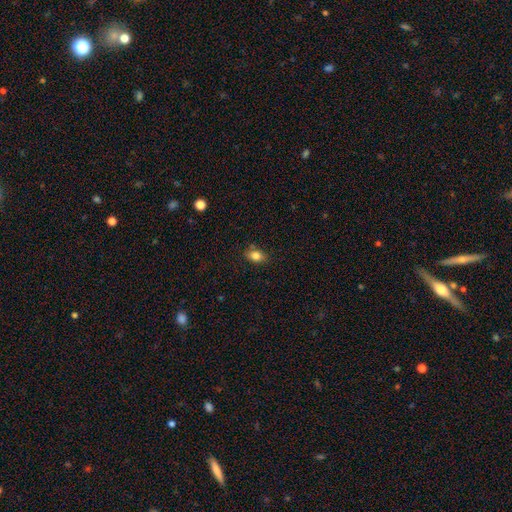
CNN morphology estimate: Smooth or featured?
  - smooth: 83% *
  - star or artifact: 10%
  - featured or disk: 8%
How rounded?
  - in between: 82% *
  - round: 16%
  - cigar-shaped: 2%
Merging?
  - none: 79% *
  - minor disturbance: 15%
  - merger: 3%
  - major disturbance: 3%